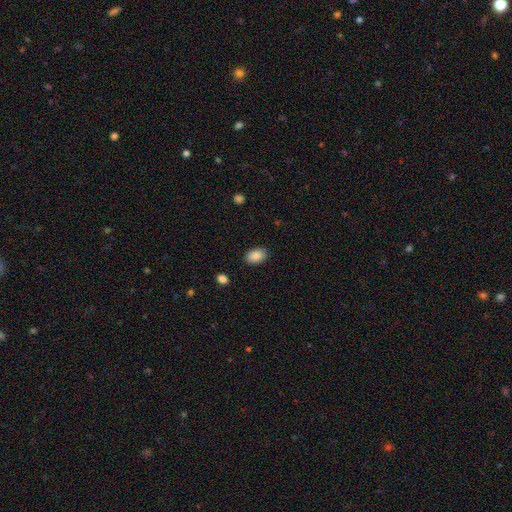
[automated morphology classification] This appears to be a smooth galaxy with no disk features (88%) that is in between round and cigar-shaped (87%). Merging: none (88%).